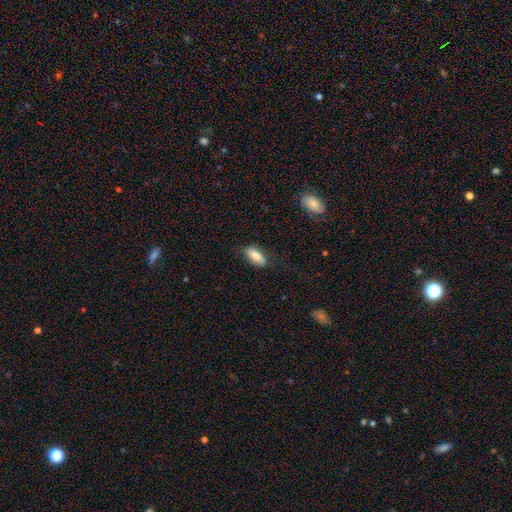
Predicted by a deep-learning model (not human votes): A smooth galaxy with no disk features (80%) that is in between round and cigar-shaped (85%). Merging: none (77%).